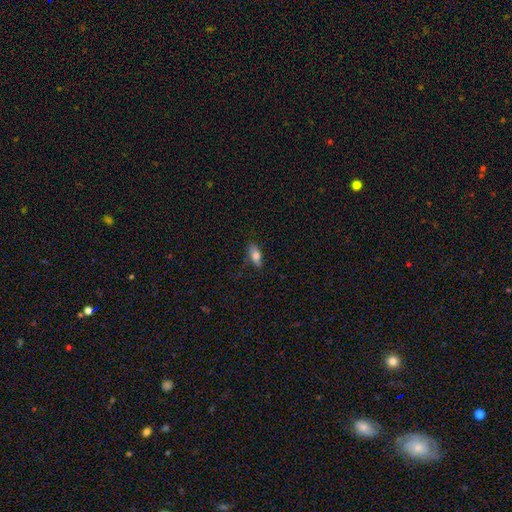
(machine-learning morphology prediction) Overall: smooth (77%). How rounded: in between (78%). Merging: none (73%).